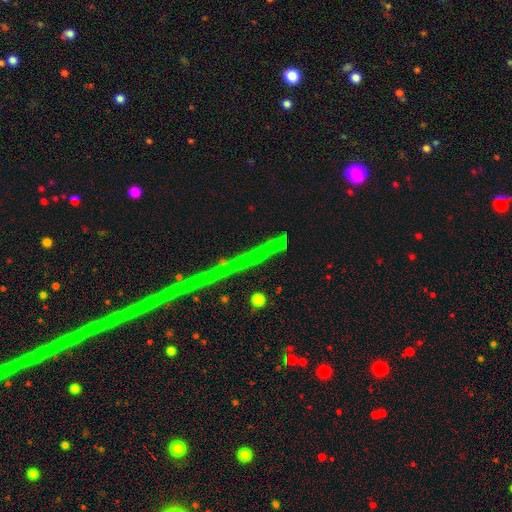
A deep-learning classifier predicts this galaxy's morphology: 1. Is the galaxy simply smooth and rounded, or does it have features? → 66% star or artifact, 18% featured or disk, 16% smooth.